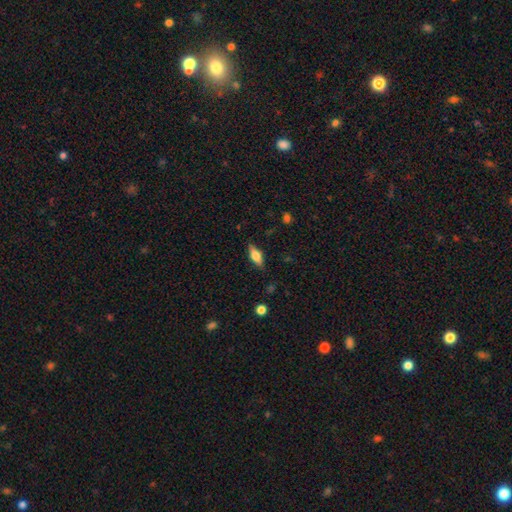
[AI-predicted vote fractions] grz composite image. It shows a smooth galaxy with no disk features (56%) that is in between round and cigar-shaped (69%). Merging: none (85%).